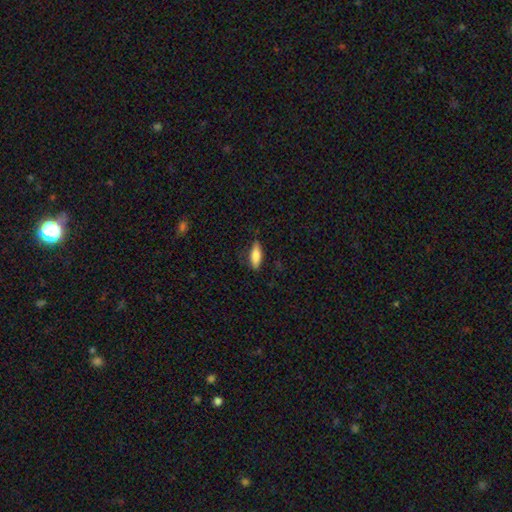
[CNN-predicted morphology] Smooth or featured? smooth (77%)
How rounded? in between (58%)
Merging? none (78%)